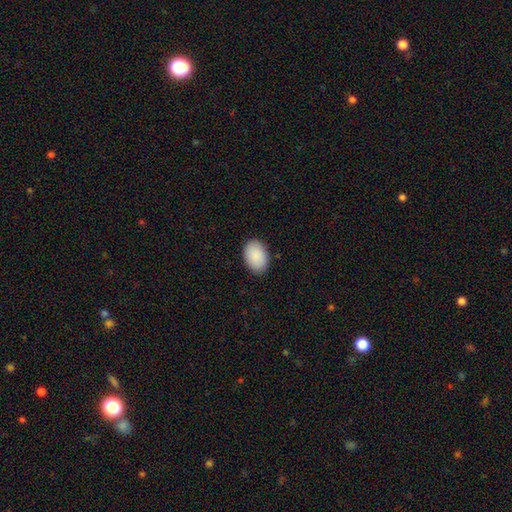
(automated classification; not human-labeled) smooth_or_featured: smooth (p=0.91) [alt: star or artifact p=0.06]
how_rounded: in between (p=0.88) [alt: round p=0.11]
merging: none (p=0.89) [alt: minor disturbance p=0.08]